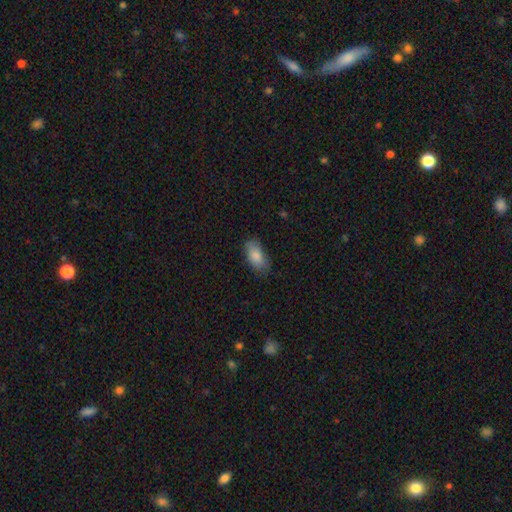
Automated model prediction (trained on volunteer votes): A smooth galaxy with no disk features (85%) that is in between round and cigar-shaped (91%).

Vote fractions:
- Smooth or featured? smooth: 85% / featured or disk: 8% / star or artifact: 7%
- How rounded? in between: 91% / cigar-shaped: 6% / round: 3%
- Merging? none: 73% / minor disturbance: 21% / major disturbance: 5% / merger: 1%